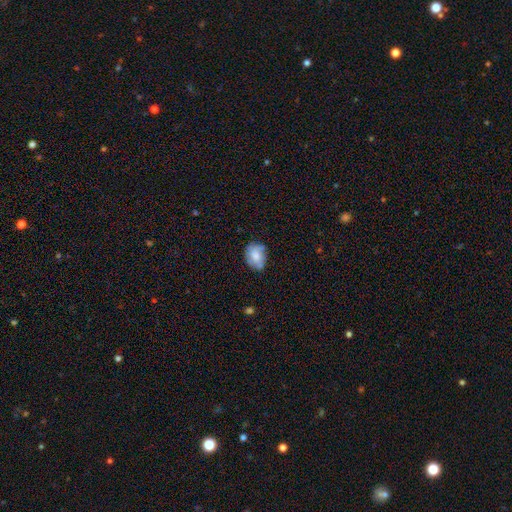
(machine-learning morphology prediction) Smooth or featured? smooth (60%)
How rounded? in between (56%)
Merging? none (60%)